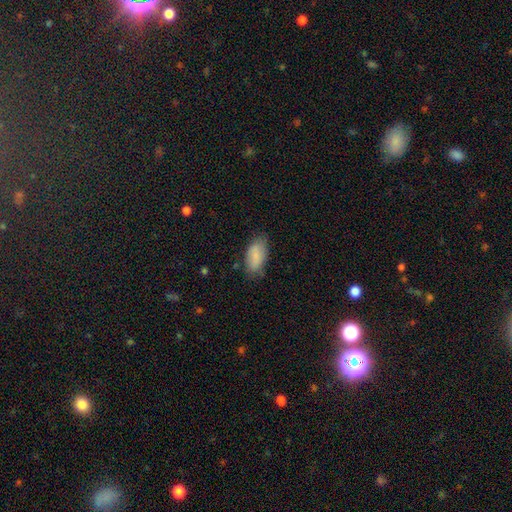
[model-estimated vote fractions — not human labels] The model was most divided on "merging": none: 71%, minor disturbance: 23%, major disturbance: 5%, merger: 2%. More confident: how rounded — in between (91%); smooth or featured — smooth (84%).